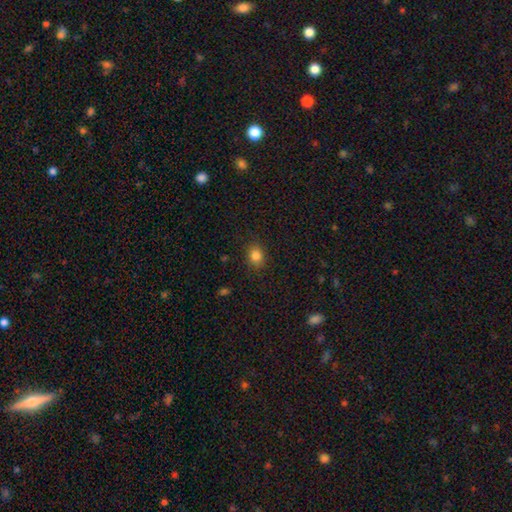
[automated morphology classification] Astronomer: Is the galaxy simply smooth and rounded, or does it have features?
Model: smooth — 83%.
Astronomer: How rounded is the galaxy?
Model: round — 51% (runner-up: in between, 48%).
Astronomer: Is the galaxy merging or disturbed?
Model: none — 85%.